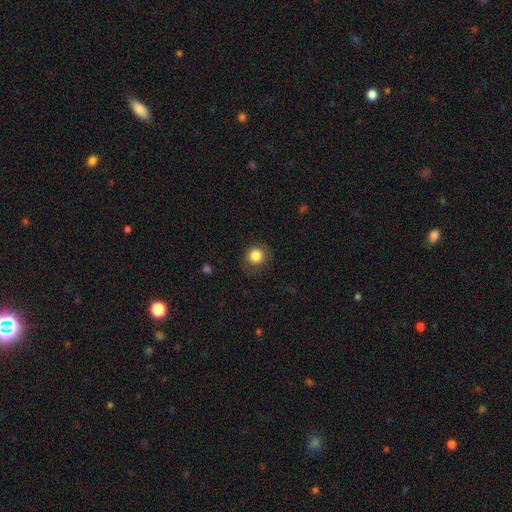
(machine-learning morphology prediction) type=smooth (84%); roundness=round (88%); merging=none (82%).